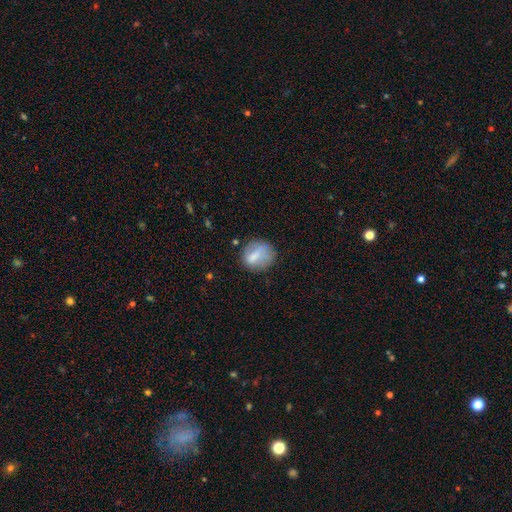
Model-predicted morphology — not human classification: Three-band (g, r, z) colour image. It shows a smooth galaxy with no disk features (68%) that is round (67%). Merging: none (63%).